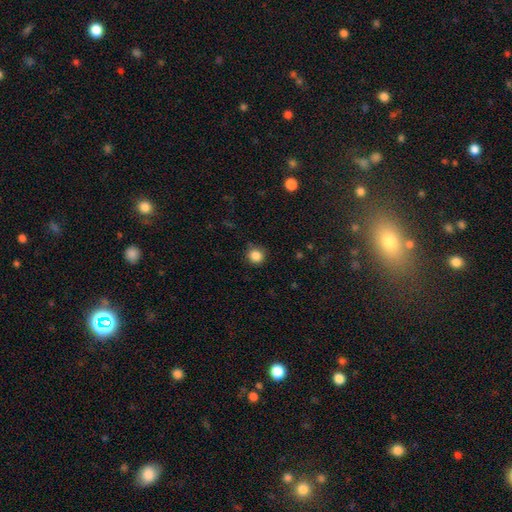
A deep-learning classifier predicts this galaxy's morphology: A smooth galaxy with no disk features (85%) that is round (91%). Merging: none (85%).